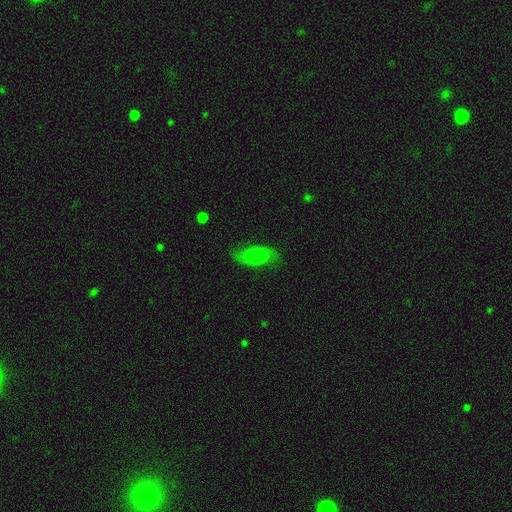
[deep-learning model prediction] smooth-or-featured: smooth: 68% | featured or disk: 22% | star or artifact: 10%
  how-rounded: in between: 89% | cigar-shaped: 8% | round: 3%
  merging: none: 71% | minor disturbance: 21% | major disturbance: 7% | merger: 1%